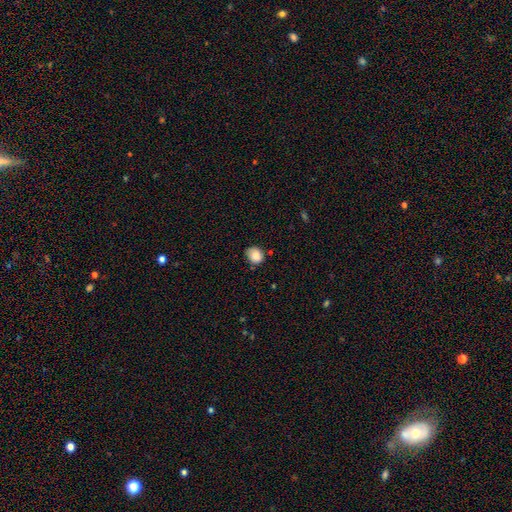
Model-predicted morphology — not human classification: Q: Smooth or featured?
A: smooth (85%); runner-up: star or artifact (9%)
Q: How rounded?
A: round (66%); runner-up: in between (33%)
Q: Merging?
A: none (66%); runner-up: minor disturbance (27%)